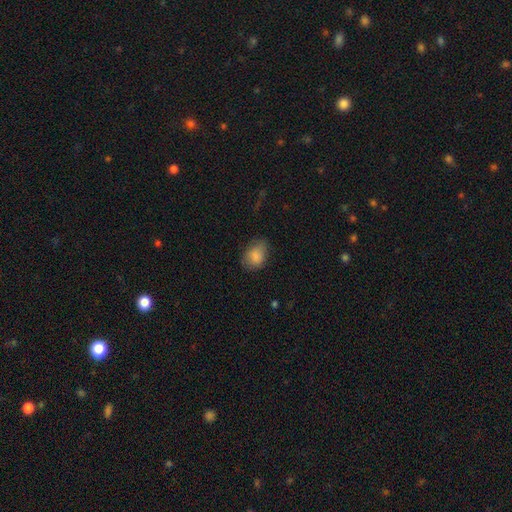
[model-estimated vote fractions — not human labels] Smooth or featured?
  - smooth: 85% *
  - star or artifact: 8%
  - featured or disk: 7%
How rounded?
  - in between: 70% *
  - round: 29%
  - cigar-shaped: 1%
Merging?
  - none: 64% *
  - minor disturbance: 27%
  - major disturbance: 7%
  - merger: 1%